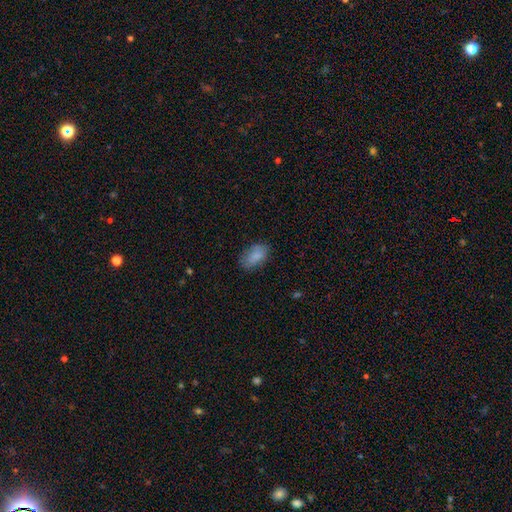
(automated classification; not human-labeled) Smooth or featured? smooth (84%)
How rounded? in between (92%)
Merging? none (77%)